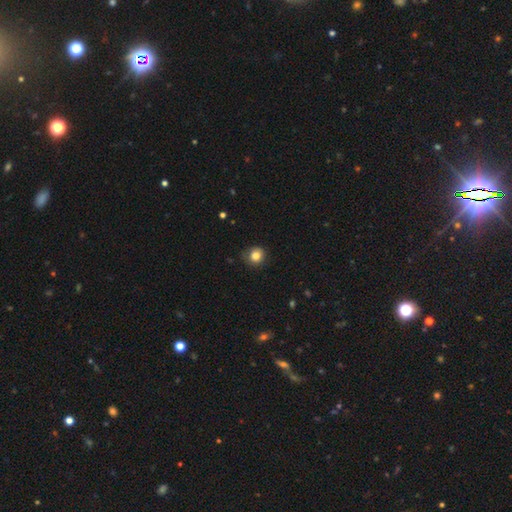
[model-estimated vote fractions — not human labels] A smooth galaxy with no disk features (83%) that is round (88%).

Vote fractions:
- Smooth or featured? smooth: 83% / star or artifact: 10% / featured or disk: 7%
- How rounded? round: 88% / in between: 11% / cigar-shaped: 1%
- Merging? none: 79% / minor disturbance: 16% / major disturbance: 4% / merger: 1%